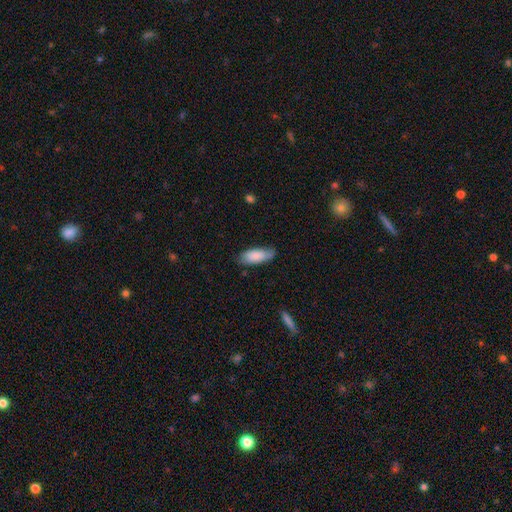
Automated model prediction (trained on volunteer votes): A smooth galaxy with no disk features (81%) that is in between round and cigar-shaped (79%). Merging: none (70%).